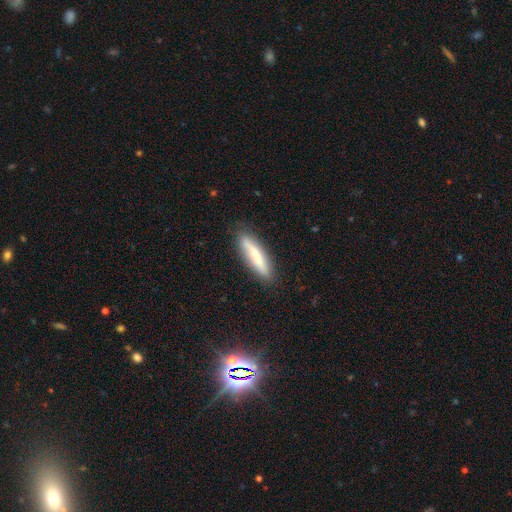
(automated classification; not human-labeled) Smooth or featured: smooth — 61% (featured or disk — 33%)
How rounded: cigar-shaped — 84% (in between — 15%)
Merging: none — 85% (minor disturbance — 11%)